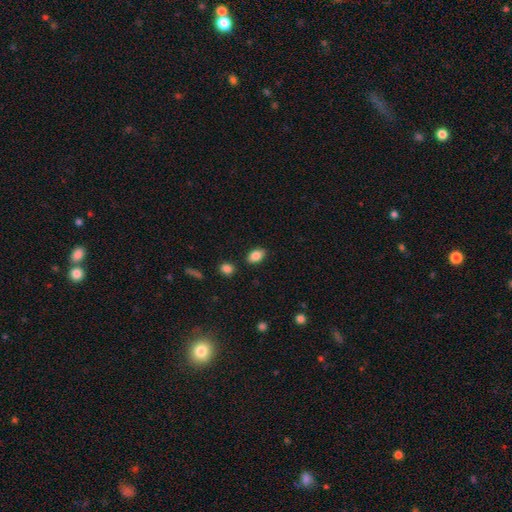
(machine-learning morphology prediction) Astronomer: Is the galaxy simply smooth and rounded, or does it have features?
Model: smooth — 85%.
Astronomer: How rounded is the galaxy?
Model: in between — 89%.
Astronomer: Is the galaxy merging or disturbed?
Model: none — 84%.